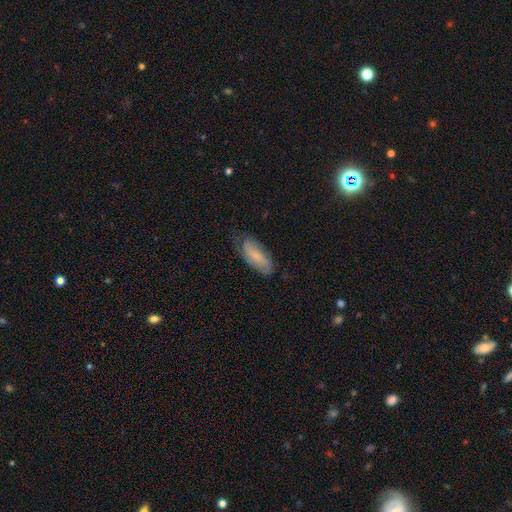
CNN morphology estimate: Smooth or featured: smooth — 62% (featured or disk — 31%)
How rounded: in between — 78% (cigar-shaped — 20%)
Merging: none — 65% (minor disturbance — 26%)